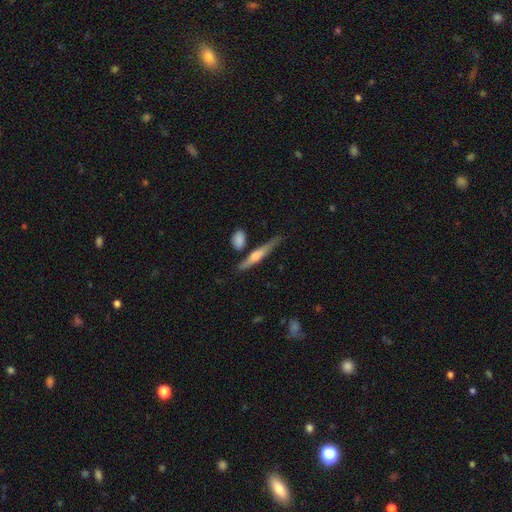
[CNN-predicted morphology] featured or disk 58%, smooth 35%, star or artifact 7%. Down the decision tree: edge-on disk — yes (95%); edge-on bulge — rounded (75%); merging — none (75%).